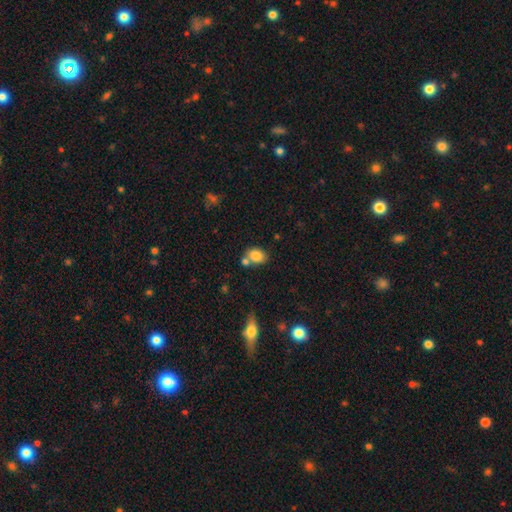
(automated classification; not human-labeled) A smooth galaxy with no disk features (82%) that is in between round and cigar-shaped (58%).

Vote fractions:
- Smooth or featured? smooth: 82% / star or artifact: 9% / featured or disk: 9%
- How rounded? in between: 58% / round: 41% / cigar-shaped: 1%
- Merging? none: 54% / merger: 28% / minor disturbance: 13% / major disturbance: 4%